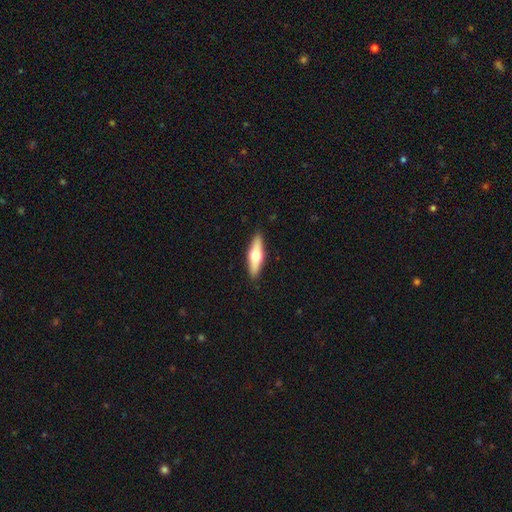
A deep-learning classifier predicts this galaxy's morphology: type=featured or disk (48%); merging=none (90%).